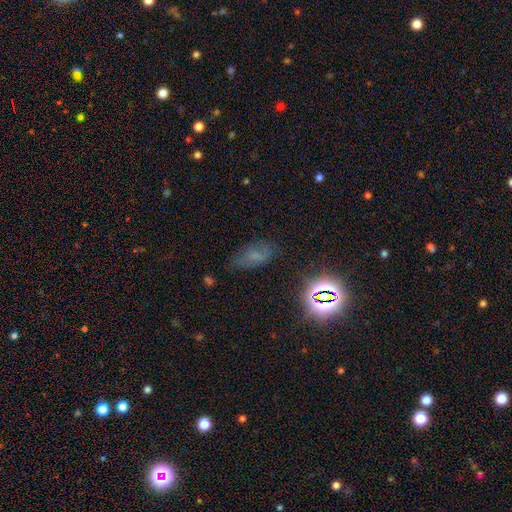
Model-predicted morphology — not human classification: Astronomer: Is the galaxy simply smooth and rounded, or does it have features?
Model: smooth — 51% (runner-up: star or artifact, 29%).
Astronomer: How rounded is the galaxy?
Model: in between — 86%.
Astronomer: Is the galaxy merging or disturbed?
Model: none — 63%.